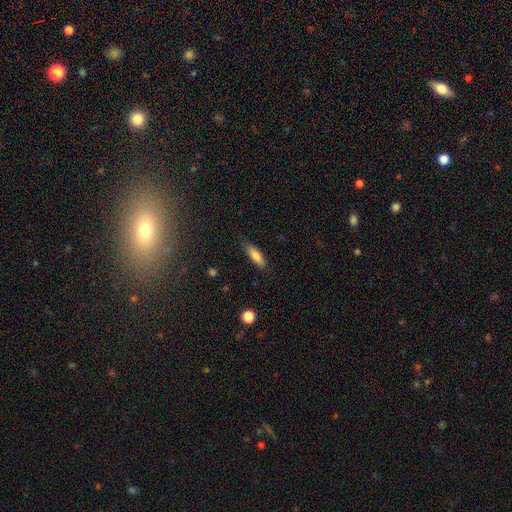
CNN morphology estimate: A smooth galaxy with no disk features (79%) that is cigar-shaped (53%).

Vote fractions:
- Smooth or featured? smooth: 79% / featured or disk: 14% / star or artifact: 7%
- How rounded? cigar-shaped: 53% / in between: 46% / round: 2%
- Merging? none: 81% / minor disturbance: 15% / major disturbance: 3% / merger: 1%